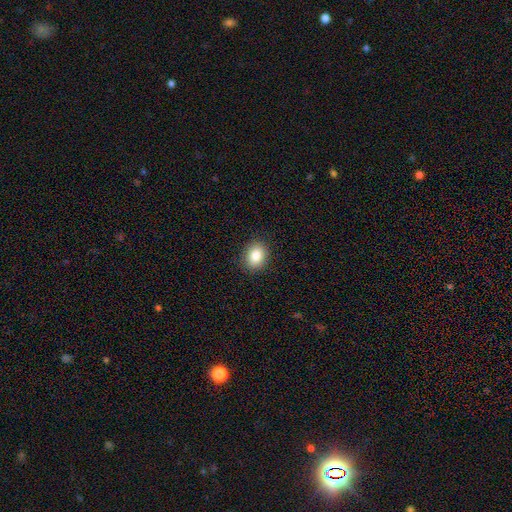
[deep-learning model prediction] smooth 84%, star or artifact 9%, featured or disk 7%. Down the decision tree: how rounded — in between (53%); merging — none (89%).